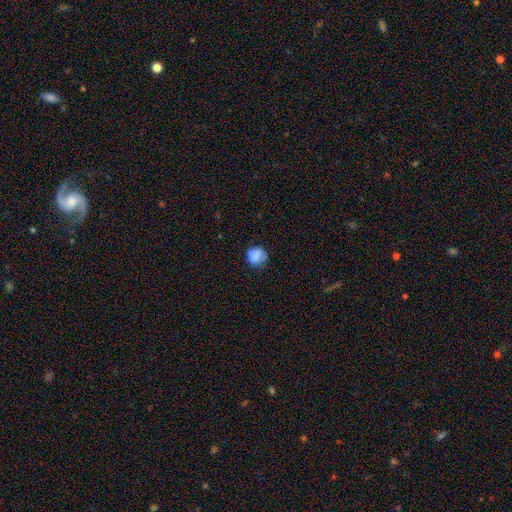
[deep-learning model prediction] Morphology: type=smooth (77%); roundness=round (82%); merging=none (69%).